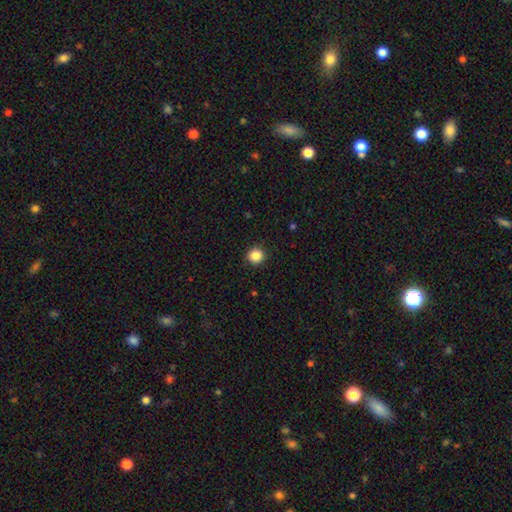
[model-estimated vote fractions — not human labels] A smooth galaxy with no disk features (86%) that is round (93%).

Vote fractions:
- Smooth or featured? smooth: 86% / star or artifact: 11% / featured or disk: 3%
- How rounded? round: 93% / in between: 6% / cigar-shaped: 1%
- Merging? none: 92% / minor disturbance: 6% / major disturbance: 2% / merger: 1%